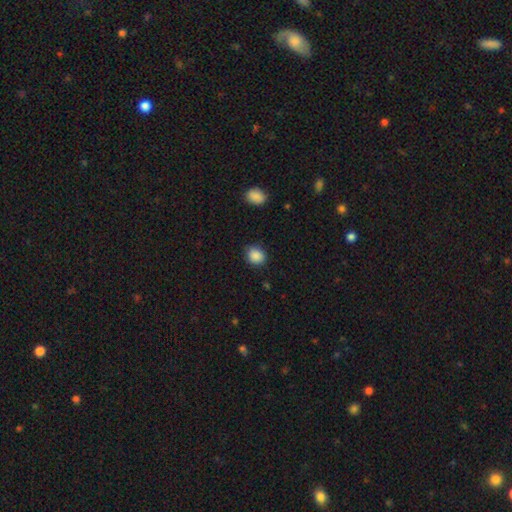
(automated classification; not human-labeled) This appears to be a smooth galaxy with no disk features (88%) that is round (63%). Merging: none (81%).